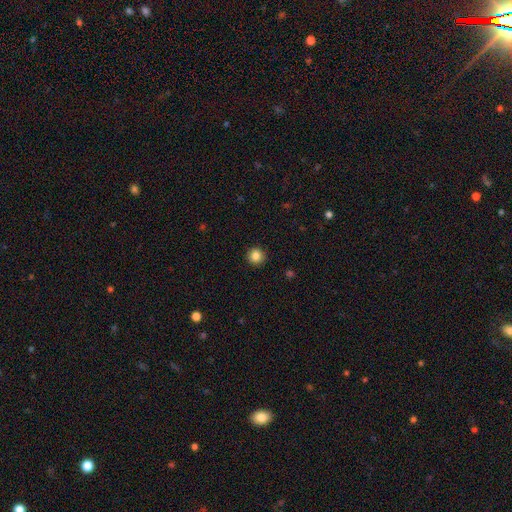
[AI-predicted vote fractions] Smooth or featured: smooth — 85% (star or artifact — 10%)
How rounded: round — 95% (in between — 4%)
Merging: none — 92% (minor disturbance — 5%)